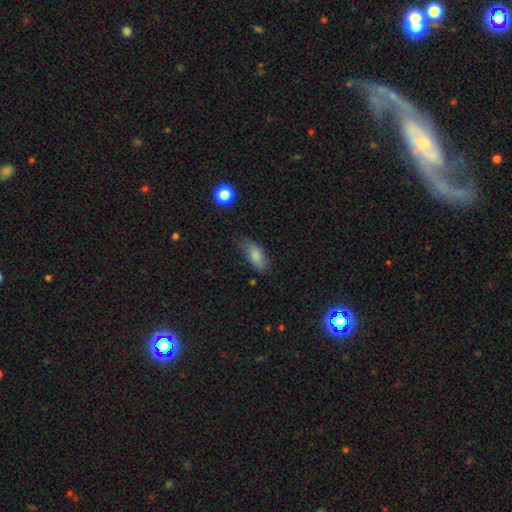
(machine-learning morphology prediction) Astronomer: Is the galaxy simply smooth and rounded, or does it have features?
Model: smooth — 81%.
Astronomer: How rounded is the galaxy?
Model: in between — 85%.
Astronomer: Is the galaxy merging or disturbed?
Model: none — 72%.